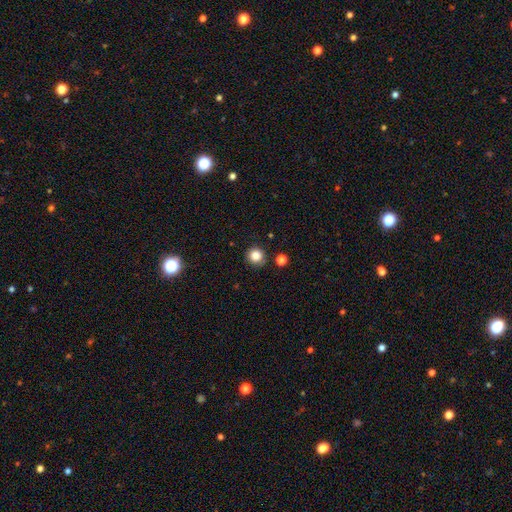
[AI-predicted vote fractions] Smooth or featured? smooth (84%)
How rounded? round (92%)
Merging? none (86%)